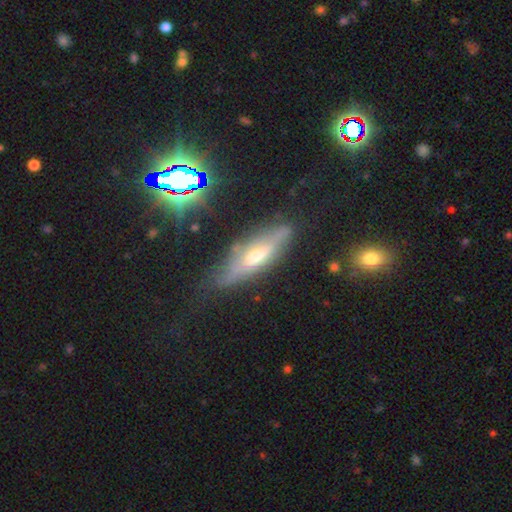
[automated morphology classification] Smooth or featured: featured or disk — 59% (smooth — 29%)
Edge-on disk: yes — 80% (no — 20%)
Merging: none — 68% (minor disturbance — 22%)